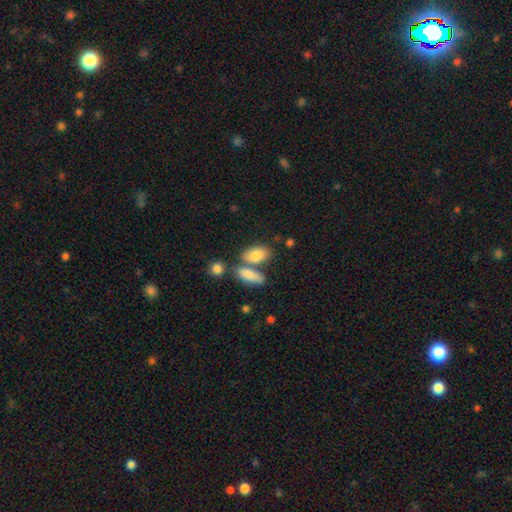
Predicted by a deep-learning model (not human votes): Smooth or featured?
  - smooth: 84% *
  - featured or disk: 10%
  - star or artifact: 7%
How rounded?
  - in between: 89% *
  - round: 6%
  - cigar-shaped: 5%
Merging?
  - none: 51% *
  - merger: 33%
  - minor disturbance: 12%
  - major disturbance: 4%